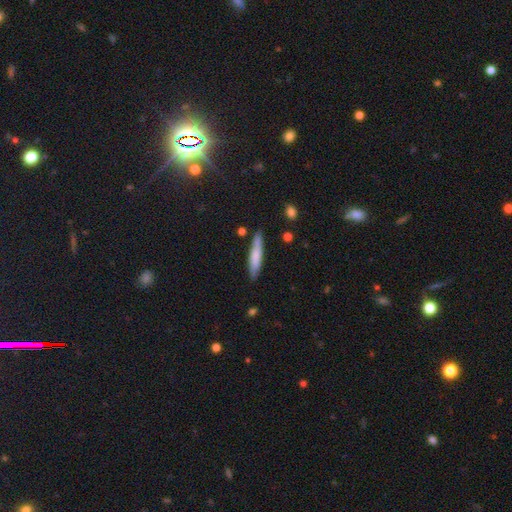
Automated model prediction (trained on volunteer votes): Smooth or featured: smooth — 72% (featured or disk — 22%)
How rounded: cigar-shaped — 86% (in between — 12%)
Merging: none — 81% (minor disturbance — 14%)